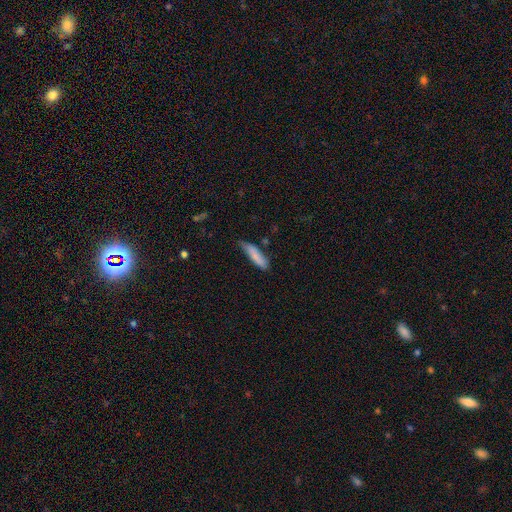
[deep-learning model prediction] A smooth galaxy with no disk features (83%) that is cigar-shaped (72%). Merging: none (60%).